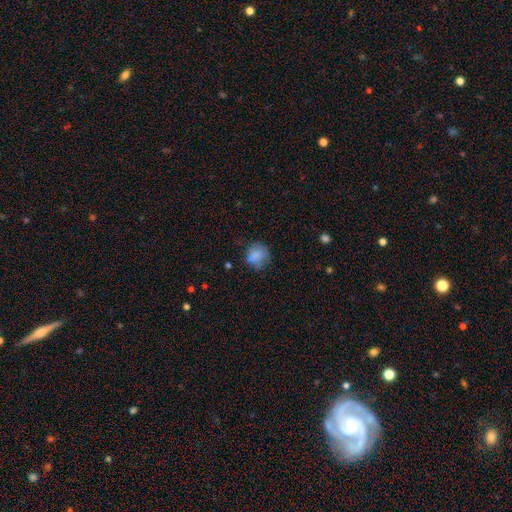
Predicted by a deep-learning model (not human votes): This appears to be a smooth galaxy with no disk features (78%) that is round (74%). Merging: none (65%).